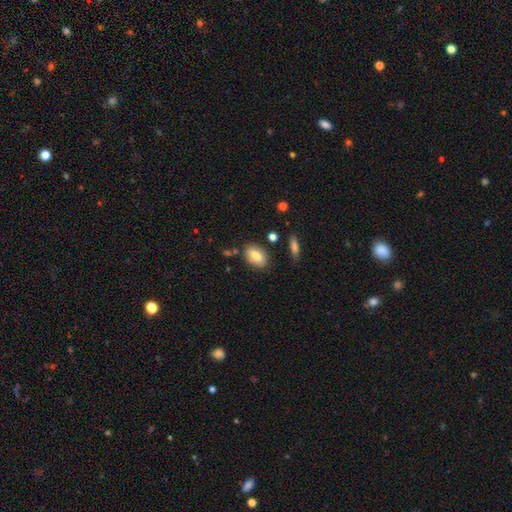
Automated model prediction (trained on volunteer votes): The model was most divided on "smooth or featured": smooth: 78%, featured or disk: 15%, star or artifact: 7%. More confident: how rounded — in between (88%); merging — none (80%).